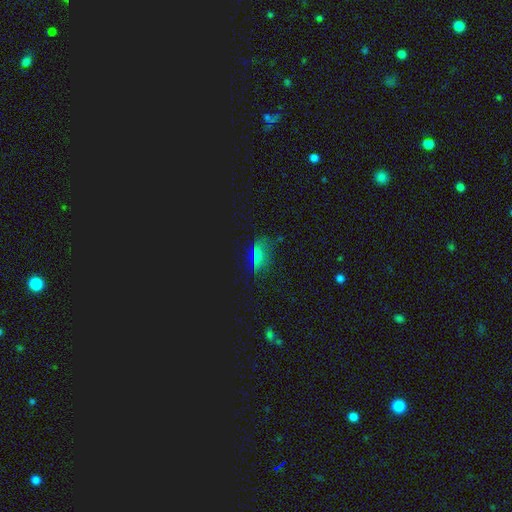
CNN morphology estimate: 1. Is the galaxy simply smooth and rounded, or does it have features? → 44% star or artifact, 41% smooth, 15% featured or disk.